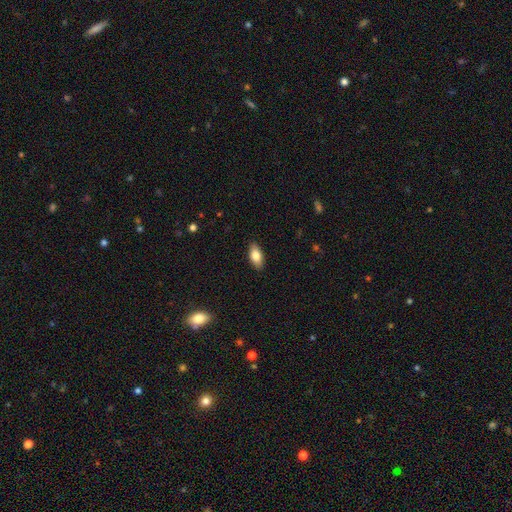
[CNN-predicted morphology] type=smooth (81%); roundness=in between (89%); merging=none (88%).